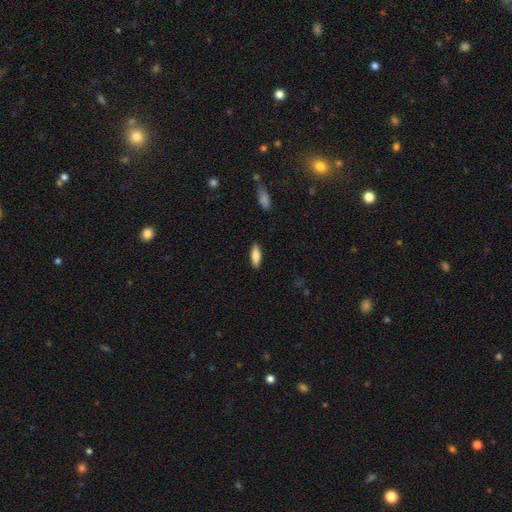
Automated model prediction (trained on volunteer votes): smooth_or_featured: smooth (p=0.82) [alt: featured or disk p=0.12]
how_rounded: in between (p=0.62) [alt: cigar-shaped p=0.36]
merging: none (p=0.89) [alt: minor disturbance p=0.08]